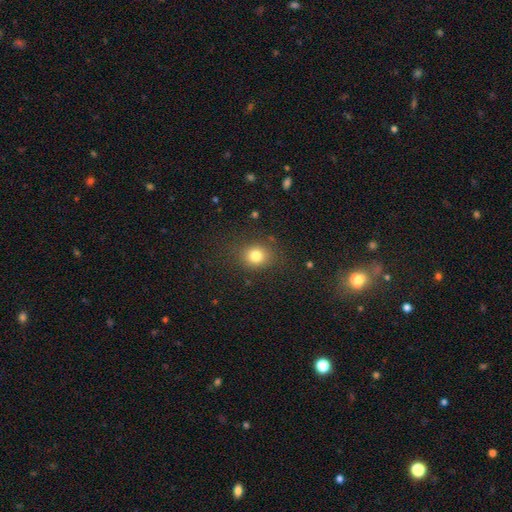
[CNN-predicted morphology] smooth_or_featured: smooth (p=0.80) [alt: star or artifact p=0.12]
how_rounded: round (p=0.70) [alt: in between p=0.29]
merging: none (p=0.82) [alt: minor disturbance p=0.11]